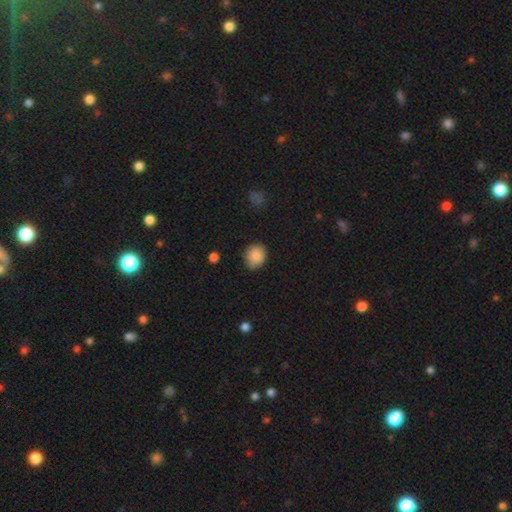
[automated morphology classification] A smooth galaxy with no disk features (87%) that is round (67%).

Vote fractions:
- Smooth or featured? smooth: 87% / star or artifact: 8% / featured or disk: 5%
- How rounded? round: 67% / in between: 32% / cigar-shaped: 1%
- Merging? none: 80% / minor disturbance: 16% / major disturbance: 3% / merger: 1%